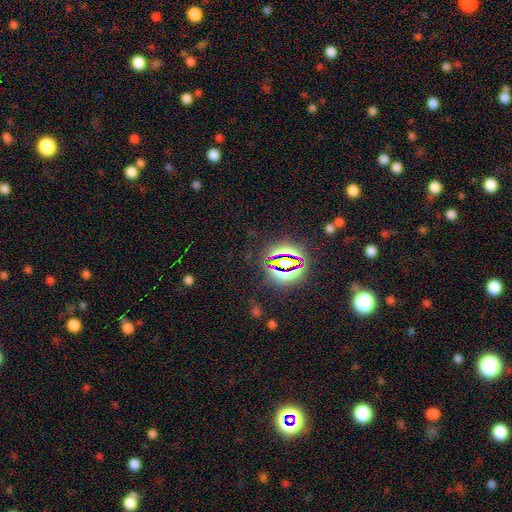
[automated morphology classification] Overall: star or artifact (80%).